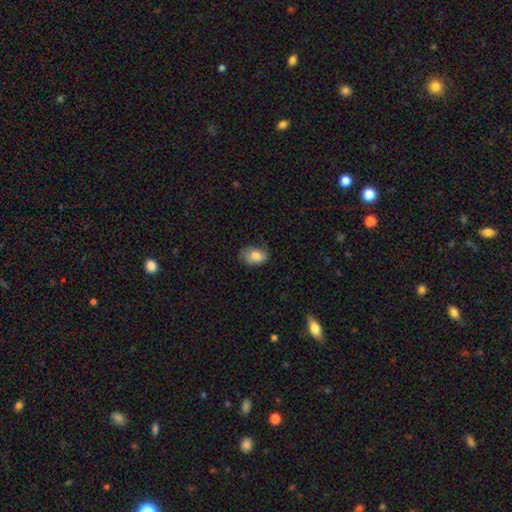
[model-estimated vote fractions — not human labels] The model was most divided on "merging": none: 64%, minor disturbance: 28%, major disturbance: 7%, merger: 1%. More confident: how rounded — in between (84%); smooth or featured — smooth (82%).